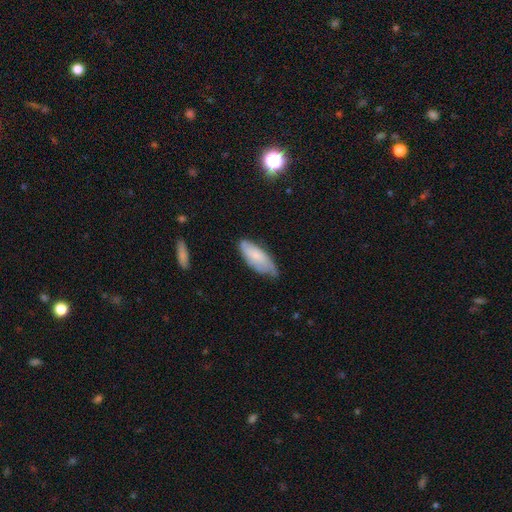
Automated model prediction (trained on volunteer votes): smooth-or-featured: smooth: 59% | featured or disk: 34% | star or artifact: 7%
  how-rounded: in between: 76% | cigar-shaped: 22% | round: 2%
  merging: none: 53% | minor disturbance: 36% | major disturbance: 8% | merger: 2%